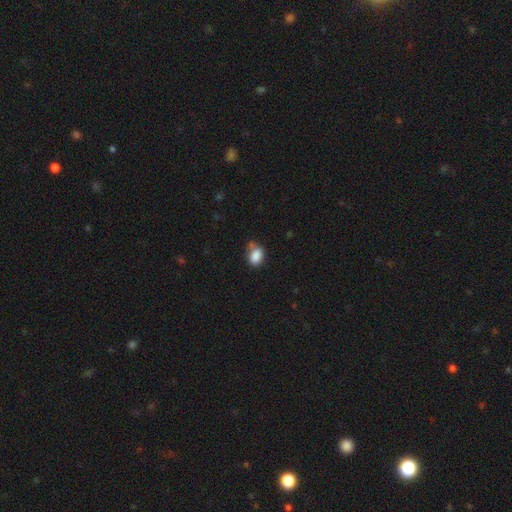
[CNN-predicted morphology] smooth-or-featured: smooth: 86% | star or artifact: 9% | featured or disk: 5%
  how-rounded: in between: 77% | round: 22% | cigar-shaped: 1%
  merging: none: 58% | minor disturbance: 26% | merger: 10% | major disturbance: 6%